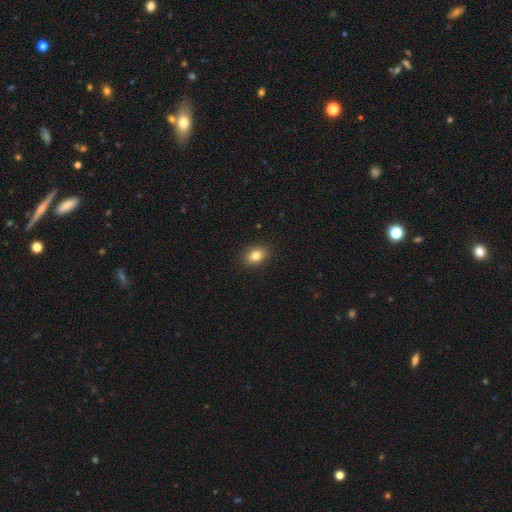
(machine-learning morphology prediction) smooth_or_featured: smooth (p=0.83) [alt: star or artifact p=0.10]
how_rounded: in between (p=0.72) [alt: round p=0.27]
merging: none (p=0.89) [alt: minor disturbance p=0.08]